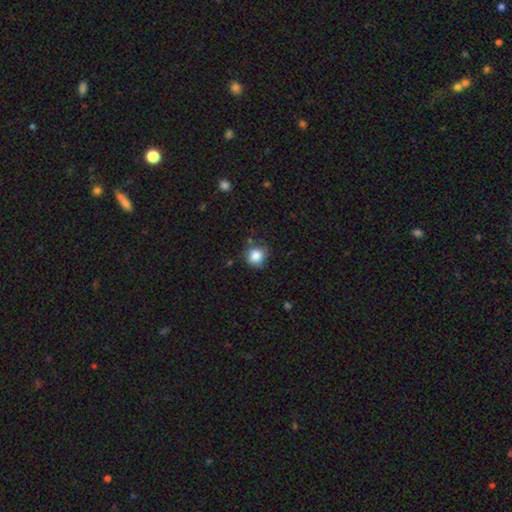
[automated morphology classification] Smooth or featured? smooth (84%)
How rounded? round (86%)
Merging? none (74%)